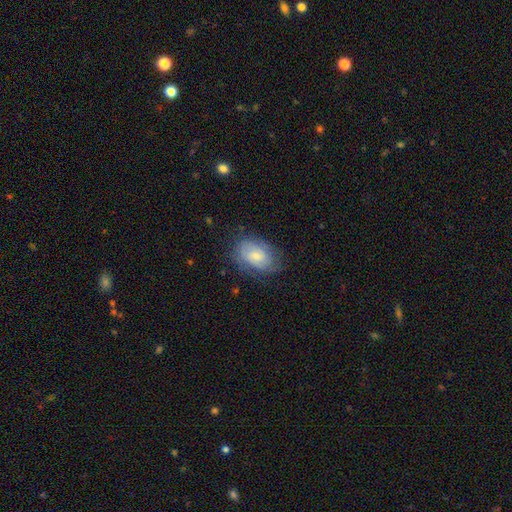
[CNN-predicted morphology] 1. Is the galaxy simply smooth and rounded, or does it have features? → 51% smooth, 42% featured or disk, 8% star or artifact.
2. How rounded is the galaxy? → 86% in between, 12% round, 1% cigar-shaped.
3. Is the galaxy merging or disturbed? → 68% none, 22% minor disturbance, 8% major disturbance, 1% merger.